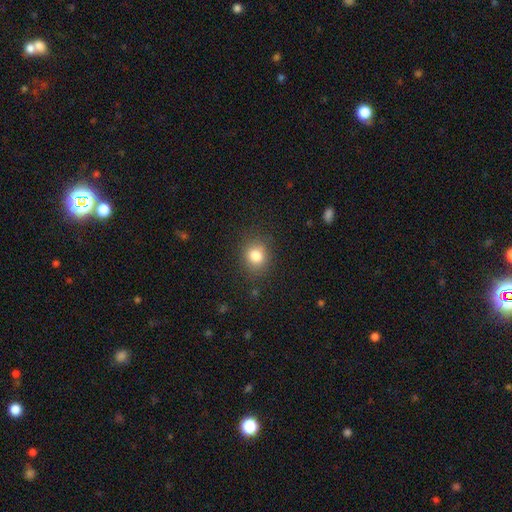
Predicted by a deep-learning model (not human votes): Smooth or featured?
  - smooth: 81% *
  - star or artifact: 12%
  - featured or disk: 7%
How rounded?
  - round: 73% *
  - in between: 27%
  - cigar-shaped: 1%
Merging?
  - none: 83% *
  - minor disturbance: 11%
  - major disturbance: 4%
  - merger: 2%